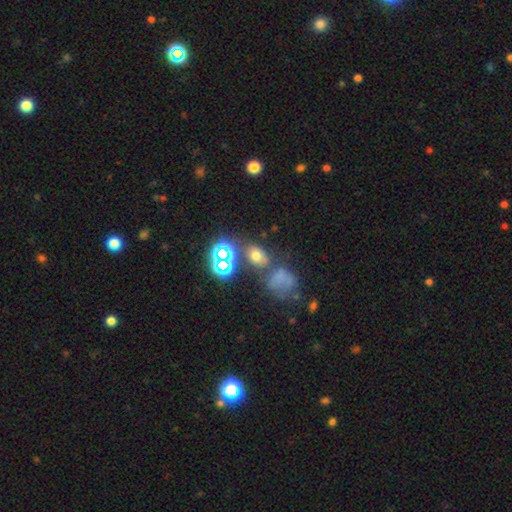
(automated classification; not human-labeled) smooth 58%, star or artifact 29%, featured or disk 12%. Down the decision tree: how rounded — in between (67%); merging — none (58%).